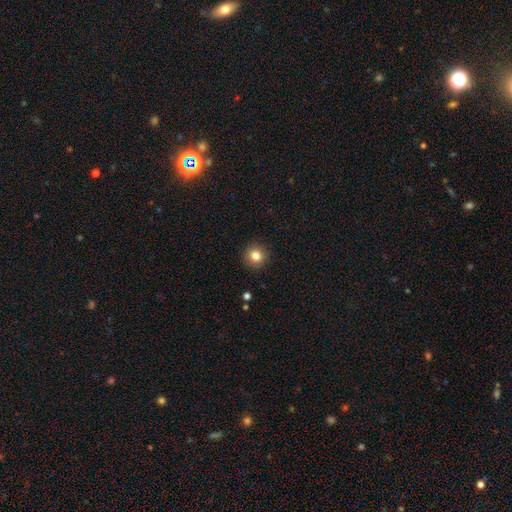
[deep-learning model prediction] A smooth galaxy with no disk features (82%) that is round (94%). Merging: none (92%).